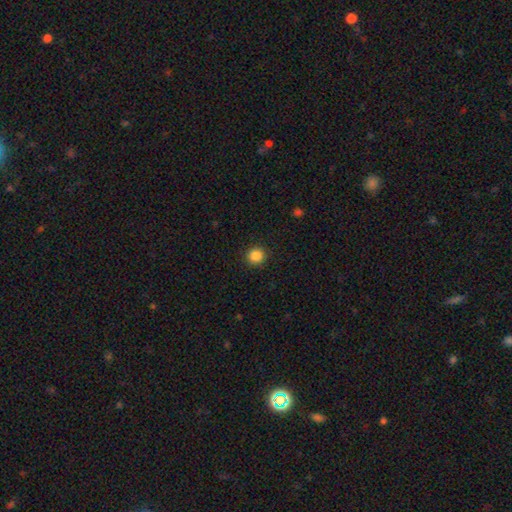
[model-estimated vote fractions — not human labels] smooth-or-featured: smooth: 86% | star or artifact: 11% | featured or disk: 3%
  how-rounded: round: 94% | in between: 5% | cigar-shaped: 1%
  merging: none: 92% | minor disturbance: 5% | major disturbance: 2% | merger: 1%